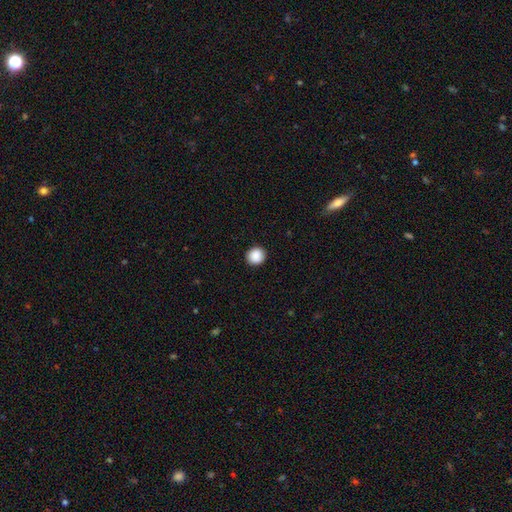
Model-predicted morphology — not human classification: type=smooth (89%); roundness=round (91%); merging=none (92%).